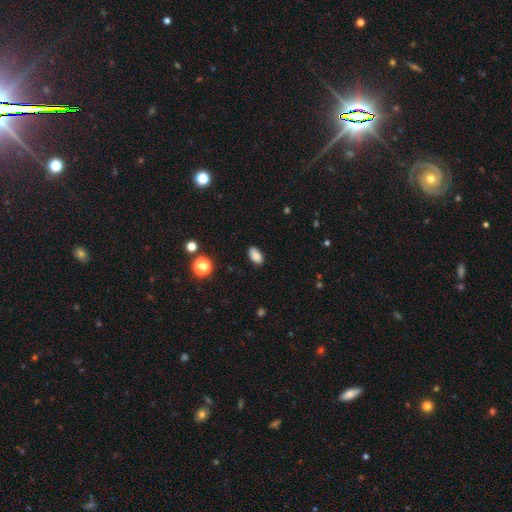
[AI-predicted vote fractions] Overall: smooth (85%). How rounded: in between (92%). Merging: none (87%).